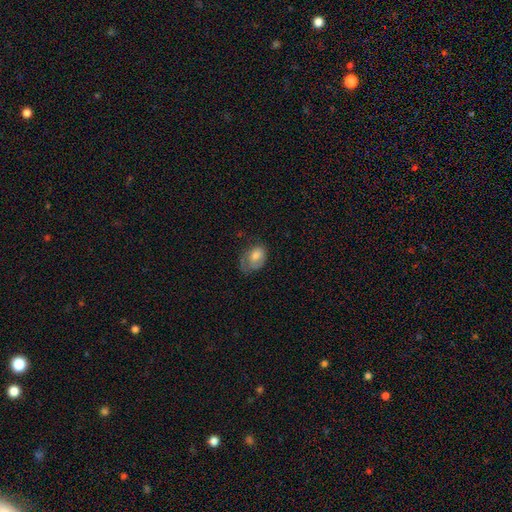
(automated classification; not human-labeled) A smooth galaxy with no disk features (62%) that is in between round and cigar-shaped (77%). Merging: none (42%).